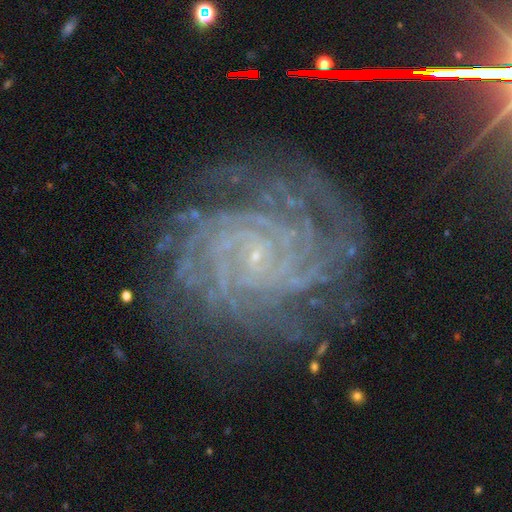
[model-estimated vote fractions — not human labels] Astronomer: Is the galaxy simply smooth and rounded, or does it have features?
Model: featured or disk — 87%.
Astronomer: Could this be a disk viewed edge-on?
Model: no — 98%.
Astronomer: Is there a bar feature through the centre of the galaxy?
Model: no — 64%.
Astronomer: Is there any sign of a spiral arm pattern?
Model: yes — 98%.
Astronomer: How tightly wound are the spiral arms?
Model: tight — 80%.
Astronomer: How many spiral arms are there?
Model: can't tell — 23%, tied with more than 4 at 23%.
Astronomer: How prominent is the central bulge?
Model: small — 86%.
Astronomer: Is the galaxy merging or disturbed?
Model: none — 77%.